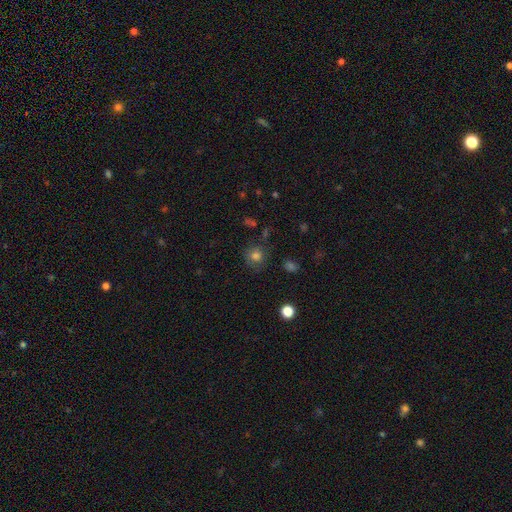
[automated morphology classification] Smooth or featured? smooth (78%)
How rounded? round (87%)
Merging? none (77%)